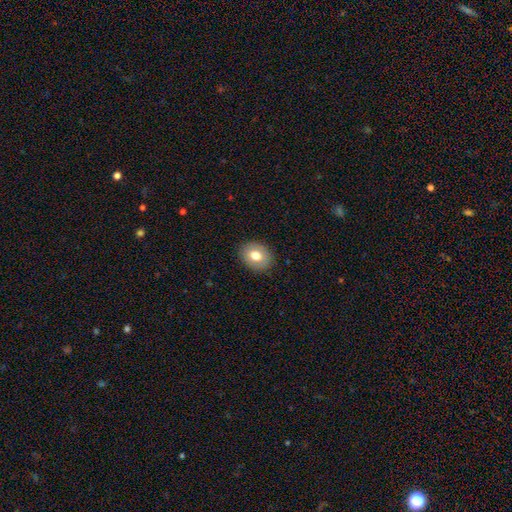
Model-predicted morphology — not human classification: Overall: smooth (75%). How rounded: in between (56%; round 43%). Merging: none (88%).